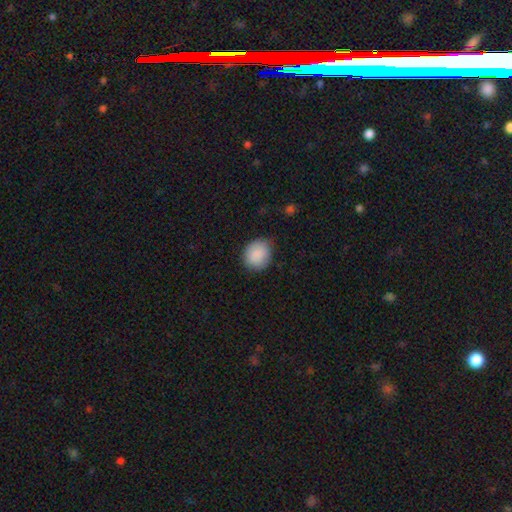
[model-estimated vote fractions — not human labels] A smooth galaxy with no disk features (89%) that is round (69%).

Vote fractions:
- Smooth or featured? smooth: 89% / star or artifact: 7% / featured or disk: 4%
- How rounded? round: 69% / in between: 30% / cigar-shaped: 1%
- Merging? none: 81% / minor disturbance: 14% / major disturbance: 3% / merger: 1%